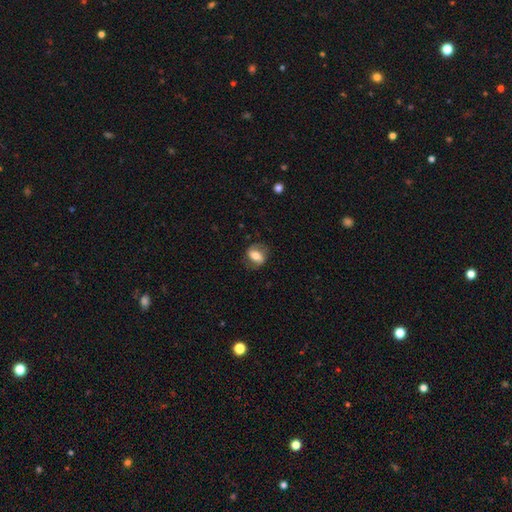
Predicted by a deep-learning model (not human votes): The model was most divided on "smooth or featured": smooth: 47%, featured or disk: 46%, star or artifact: 8%. More confident: merging — none (75%).